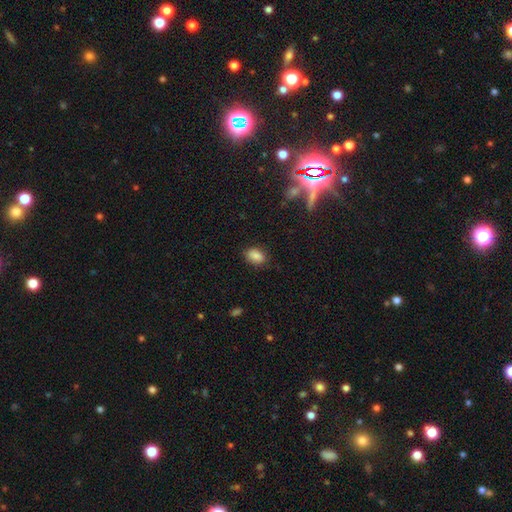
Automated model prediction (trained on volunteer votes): Smooth or featured?
  - smooth: 85% *
  - star or artifact: 10%
  - featured or disk: 5%
How rounded?
  - in between: 81% *
  - round: 18%
  - cigar-shaped: 2%
Merging?
  - none: 83% *
  - minor disturbance: 13%
  - major disturbance: 3%
  - merger: 2%